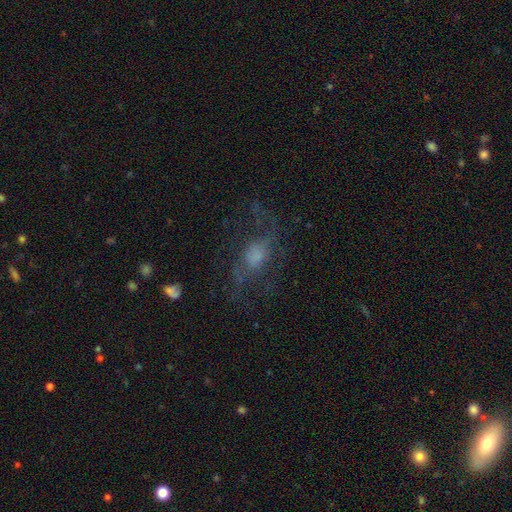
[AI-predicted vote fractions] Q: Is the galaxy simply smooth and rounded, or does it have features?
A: featured or disk — 52%.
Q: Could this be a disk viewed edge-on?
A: no — 92%.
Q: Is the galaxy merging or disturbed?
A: none — 46%.